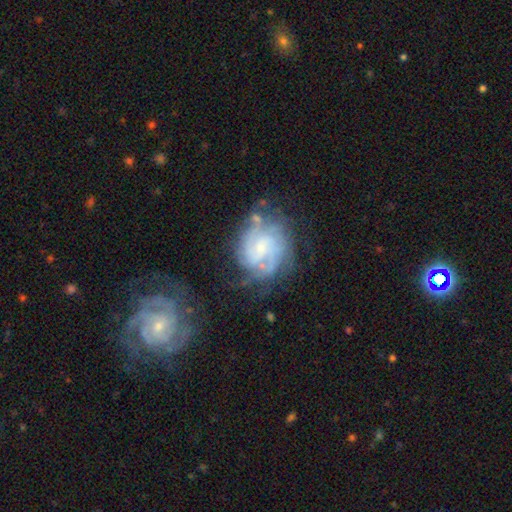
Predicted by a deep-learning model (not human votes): smooth_or_featured: featured or disk (p=0.80) [alt: smooth p=0.13]
disk_edge_on: no (p=0.98) [alt: yes p=0.02]
bar: no (p=0.57) [alt: weak p=0.36]
has_spiral_arms: yes (p=0.91) [alt: no p=0.09]
spiral_winding: tight (p=0.50) [alt: medium p=0.38]
spiral_arm_count: can't tell (p=0.34) [alt: 2 p=0.25]
bulge_size: small (p=0.55) [alt: moderate p=0.27]
merging: none (p=0.56) [alt: minor disturbance p=0.23]